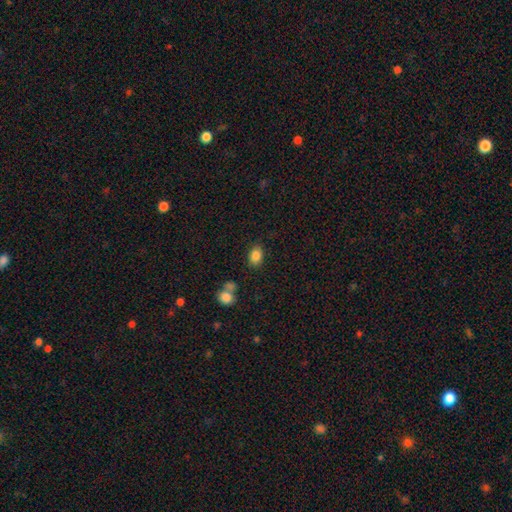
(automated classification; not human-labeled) A smooth galaxy with no disk features (85%) that is in between round and cigar-shaped (77%). Merging: none (80%).